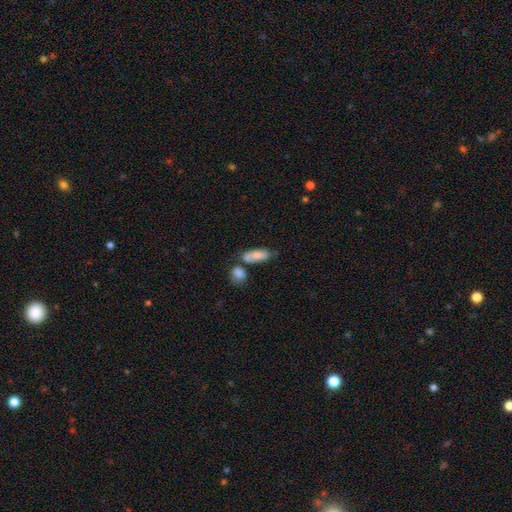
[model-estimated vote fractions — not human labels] Smooth or featured? smooth (79%)
How rounded? in between (77%)
Merging? none (42%)